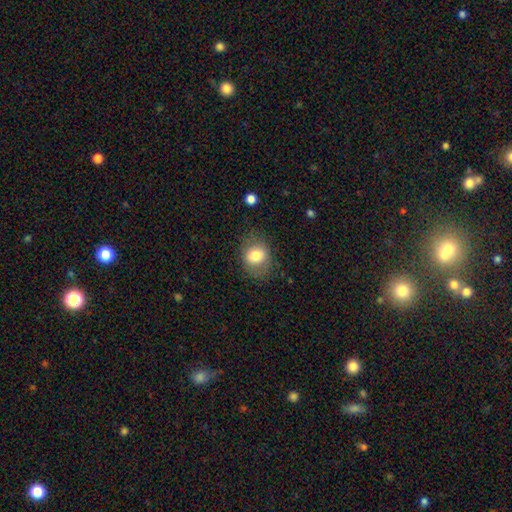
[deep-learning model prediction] This appears to be a smooth galaxy with no disk features (77%) that is round (53%). Merging: none (75%).